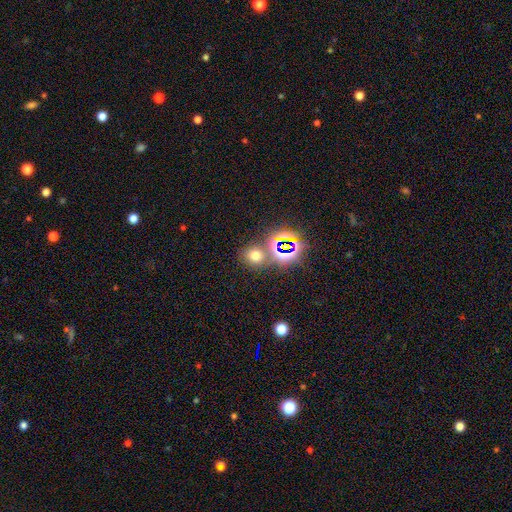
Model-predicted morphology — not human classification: Smooth or featured: smooth — 59% (star or artifact — 33%)
How rounded: round — 71% (in between — 28%)
Merging: none — 72% (merger — 16%)